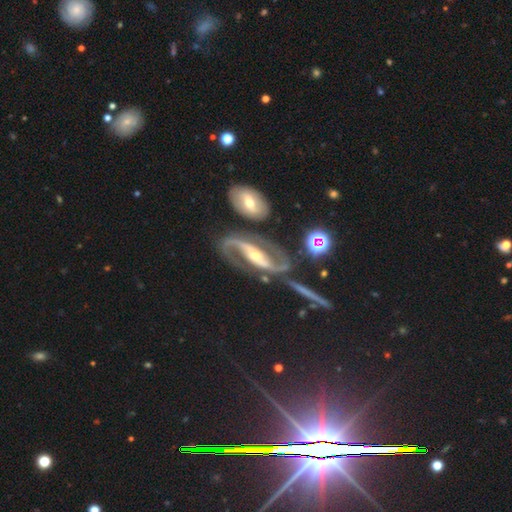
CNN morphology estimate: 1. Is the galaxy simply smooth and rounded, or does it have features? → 90% featured or disk, 6% star or artifact, 4% smooth.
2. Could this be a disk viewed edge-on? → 95% no, 5% yes.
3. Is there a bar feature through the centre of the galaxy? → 61% strong, 24% weak, 15% no.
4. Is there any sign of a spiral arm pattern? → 97% yes, 3% no.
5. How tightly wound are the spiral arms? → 55% medium, 30% loose, 15% tight.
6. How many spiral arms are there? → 93% 2, 2% can't tell, 2% 1, 1% 3, 1% 4, 1% more than 4.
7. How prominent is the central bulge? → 49% moderate, 45% small, 3% large, 1% none, 1% dominant.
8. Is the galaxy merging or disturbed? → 67% none, 14% minor disturbance, 10% major disturbance, 8% merger.